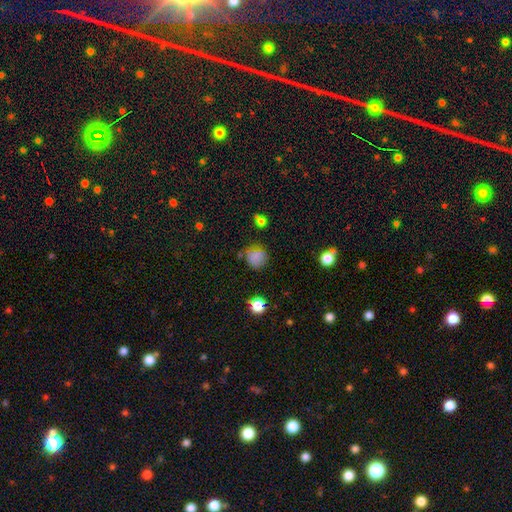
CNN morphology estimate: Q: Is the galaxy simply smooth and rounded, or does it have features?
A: smooth — 75%.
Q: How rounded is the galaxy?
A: round — 84%.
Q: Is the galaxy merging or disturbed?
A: none — 70%.